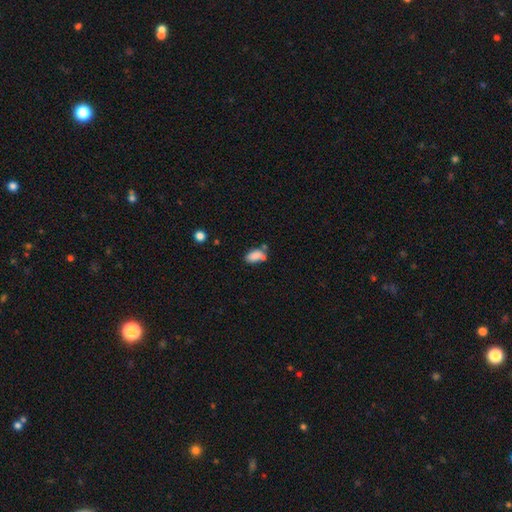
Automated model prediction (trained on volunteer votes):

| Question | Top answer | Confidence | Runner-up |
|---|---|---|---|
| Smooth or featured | smooth | 81% | star or artifact (9%) |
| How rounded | in between | 90% | round (6%) |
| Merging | none | 46% | merger (25%) |